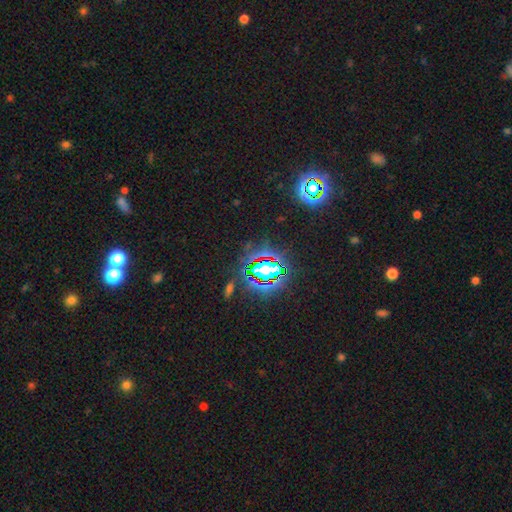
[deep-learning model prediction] This is clearly a star or artifact rather than a galaxy (82%).